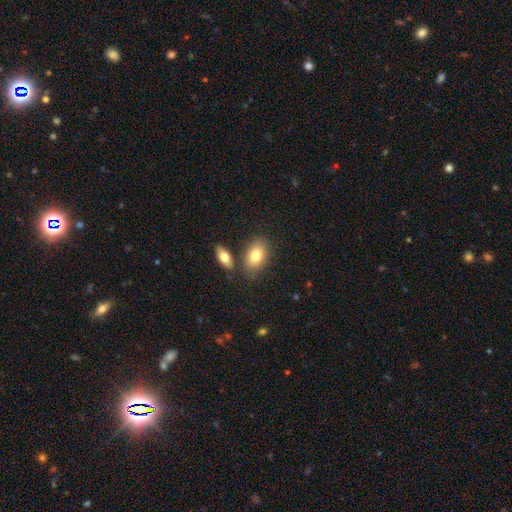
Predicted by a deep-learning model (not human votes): smooth_or_featured: smooth (p=0.79) [alt: featured or disk p=0.14]
how_rounded: in between (p=0.88) [alt: round p=0.10]
merging: none (p=0.71) [alt: merger p=0.15]